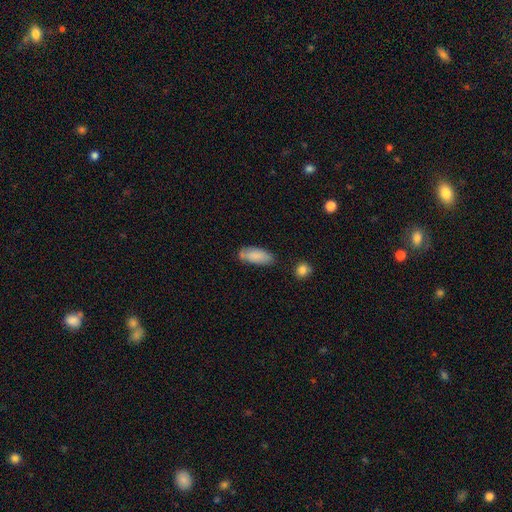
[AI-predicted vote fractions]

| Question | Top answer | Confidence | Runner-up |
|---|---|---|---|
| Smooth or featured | smooth | 83% | featured or disk (10%) |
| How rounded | in between | 82% | cigar-shaped (17%) |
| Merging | none | 64% | minor disturbance (25%) |